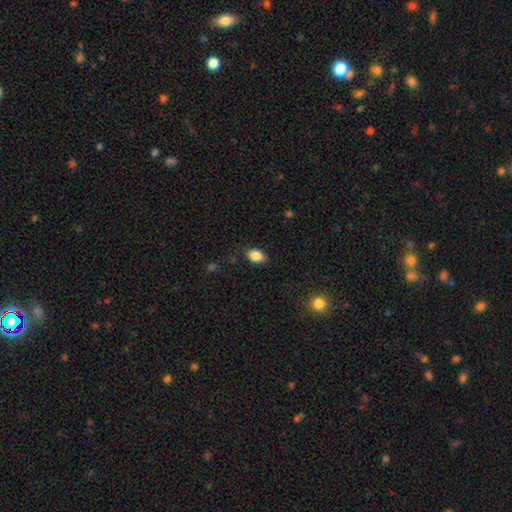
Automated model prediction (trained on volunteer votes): This appears to be a smooth galaxy with no disk features (86%) that is in between round and cigar-shaped (89%). Merging: none (83%).